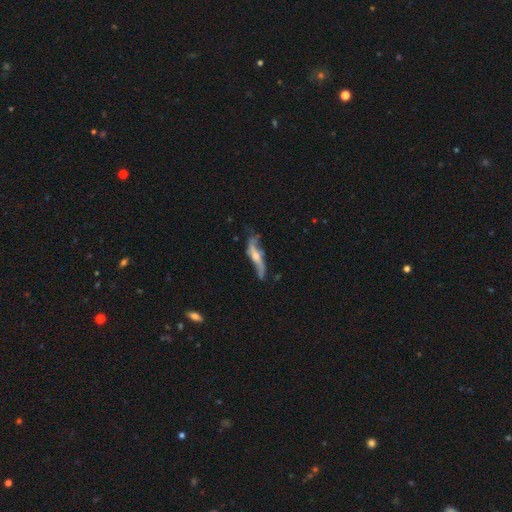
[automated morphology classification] Overall: featured or disk (71%). Edge-on disk: yes (52%; no 48%). Merging: none (49%; minor disturbance 29%).